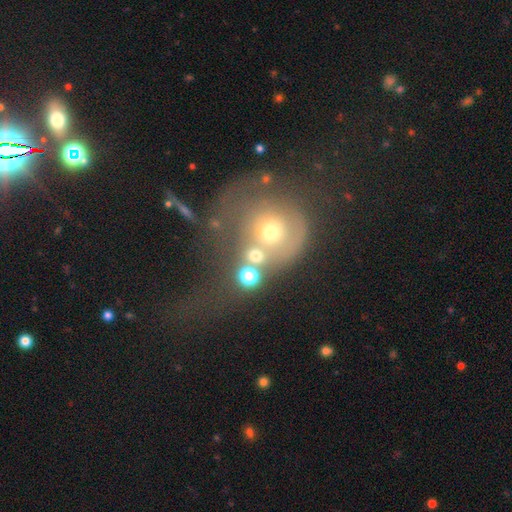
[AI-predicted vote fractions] This is possibly a smooth galaxy (59%). How rounded: clearly round (83%). Merging: marginally none (43%).